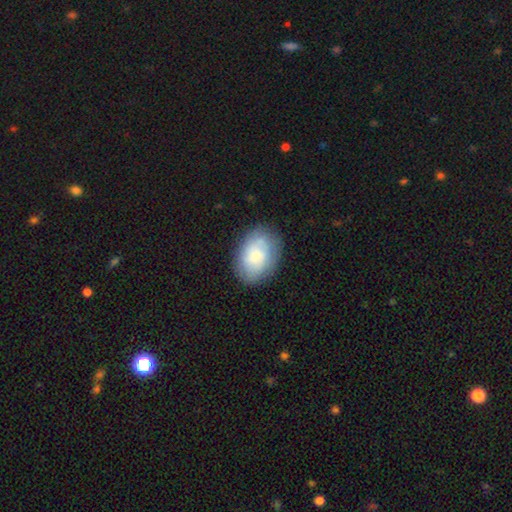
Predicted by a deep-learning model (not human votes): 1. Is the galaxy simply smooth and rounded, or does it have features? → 66% smooth, 26% featured or disk, 8% star or artifact.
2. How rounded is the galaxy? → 77% in between, 22% round, 1% cigar-shaped.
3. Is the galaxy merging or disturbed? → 75% none, 17% minor disturbance, 6% major disturbance, 2% merger.